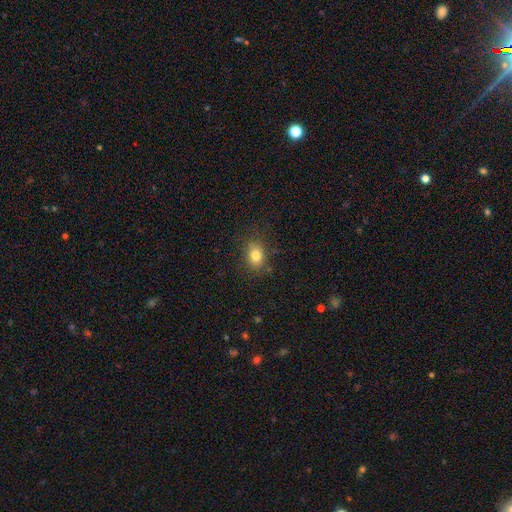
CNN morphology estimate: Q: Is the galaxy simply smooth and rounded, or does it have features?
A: smooth — 80%.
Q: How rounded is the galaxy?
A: in between — 66%.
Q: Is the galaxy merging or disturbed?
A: none — 79%.